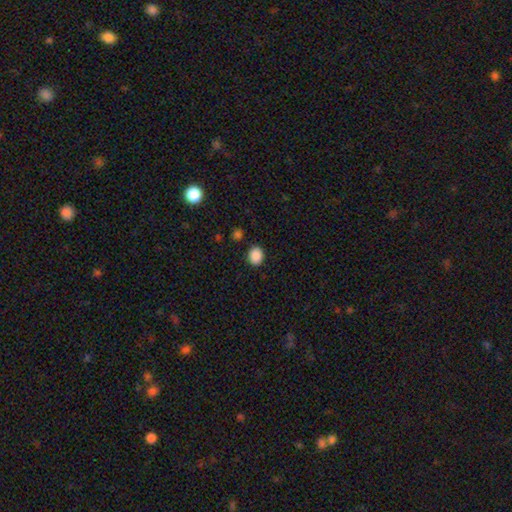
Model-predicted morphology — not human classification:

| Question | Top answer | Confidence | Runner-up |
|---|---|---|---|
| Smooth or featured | smooth | 88% | star or artifact (9%) |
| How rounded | in between | 50% | round (49%) |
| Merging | none | 88% | minor disturbance (8%) |